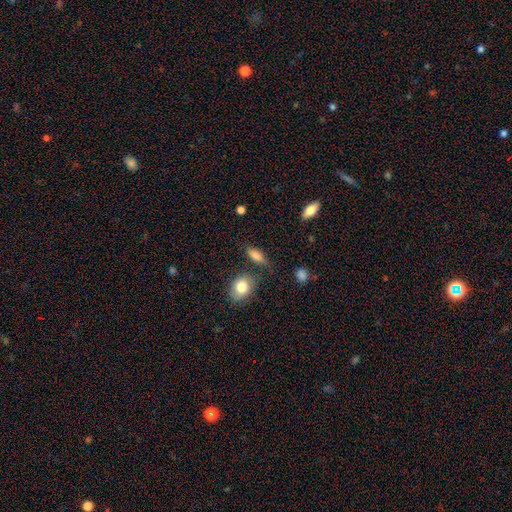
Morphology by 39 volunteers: Smooth or featured? 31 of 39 (79%) said smooth. How rounded? 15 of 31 (48%) said cigar-shaped. Merging? 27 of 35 (77%) said none.